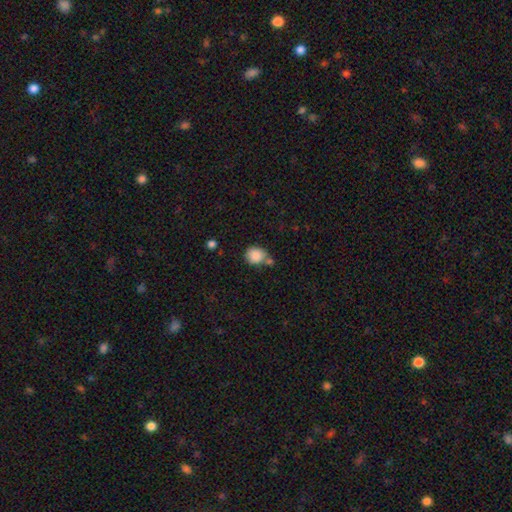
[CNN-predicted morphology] smooth 86%, star or artifact 9%, featured or disk 5%. Down the decision tree: how rounded — round (80%); merging — none (56%).